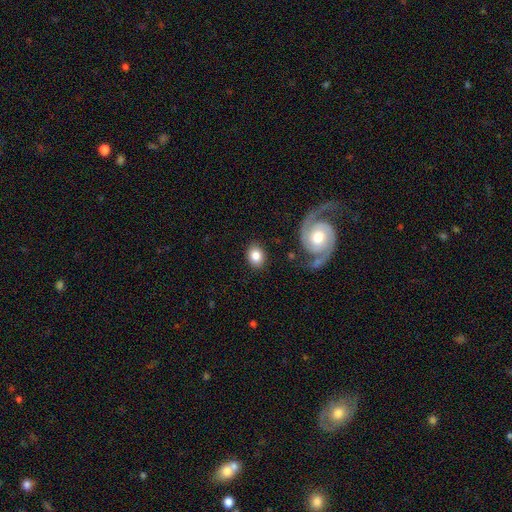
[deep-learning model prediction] Morphology: type=smooth (81%); roundness=in between (52%); merging=none (84%).